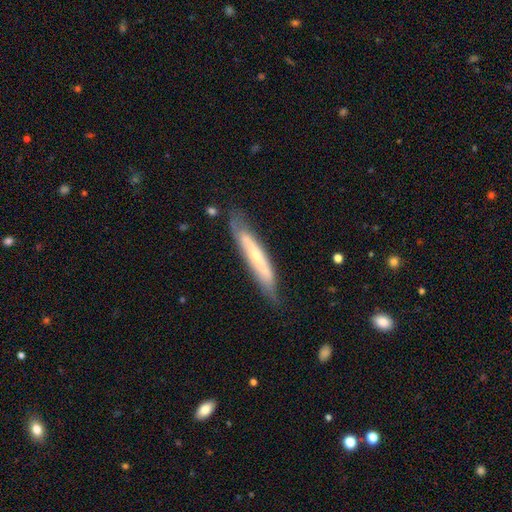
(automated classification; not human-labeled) Morphology: type=featured or disk (54%); edge-on=yes (68%); merging=none (70%).